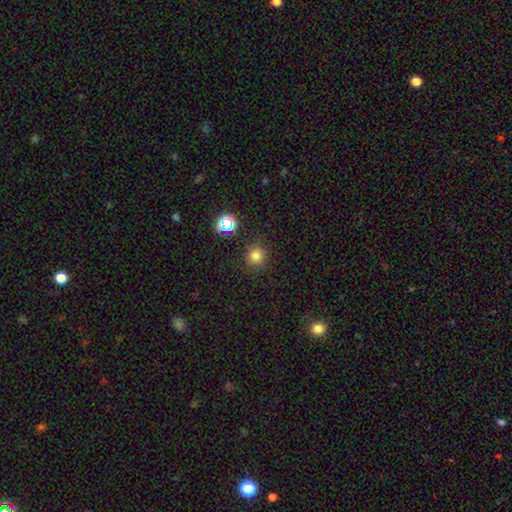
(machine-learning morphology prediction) Smooth or featured? smooth (77%)
How rounded? round (93%)
Merging? none (88%)